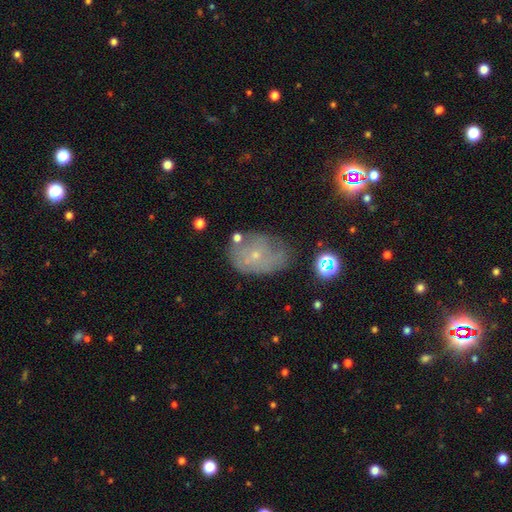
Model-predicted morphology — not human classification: The model was most divided on "smooth or featured": featured or disk: 48%, smooth: 36%, star or artifact: 16%. More confident: merging — none (53%).